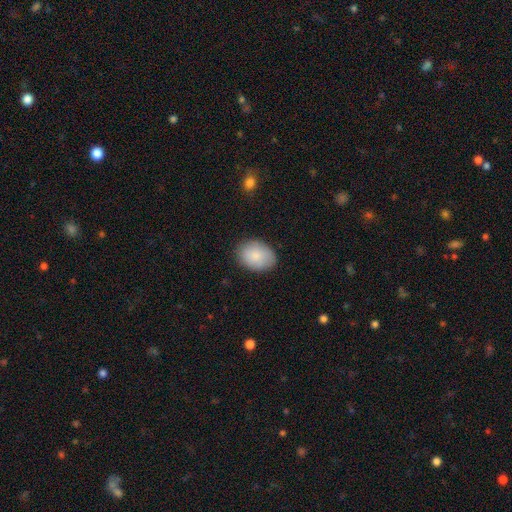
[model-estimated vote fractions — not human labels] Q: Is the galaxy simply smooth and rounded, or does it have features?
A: smooth — 86%.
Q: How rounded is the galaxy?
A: in between — 75%.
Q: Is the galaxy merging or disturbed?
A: none — 84%.